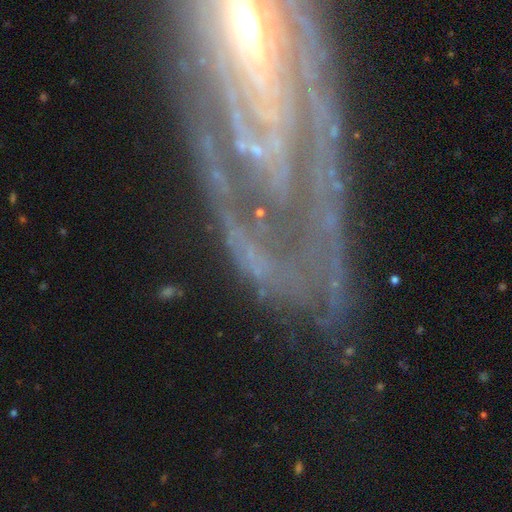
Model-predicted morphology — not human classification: Q: Smooth or featured?
A: featured or disk (72%); runner-up: star or artifact (17%)
Q: Edge-on disk?
A: no (89%); runner-up: yes (11%)
Q: Bar?
A: no (47%); runner-up: weak (28%)
Q: Spiral arms?
A: yes (85%); runner-up: no (15%)
Q: Spiral winding?
A: tight (65%); runner-up: medium (26%)
Q: Spiral arm count?
A: 2 (30%); runner-up: can't tell (27%)
Q: Bulge size?
A: small (52%); runner-up: moderate (27%)
Q: Merging?
A: none (66%); runner-up: minor disturbance (16%)